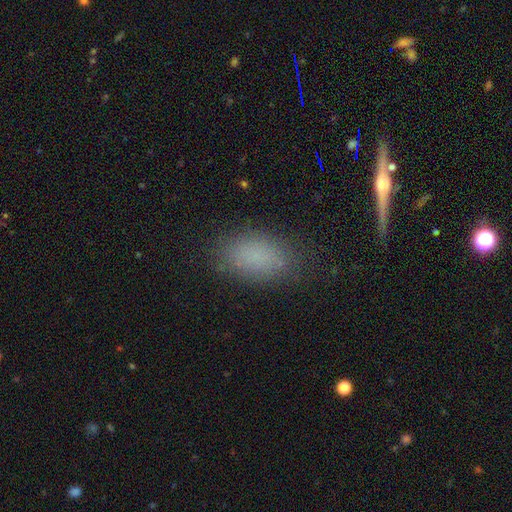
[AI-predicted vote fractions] smooth_or_featured: smooth (p=0.77) [alt: star or artifact p=0.13]
how_rounded: in between (p=0.88) [alt: round p=0.07]
merging: none (p=0.80) [alt: minor disturbance p=0.14]